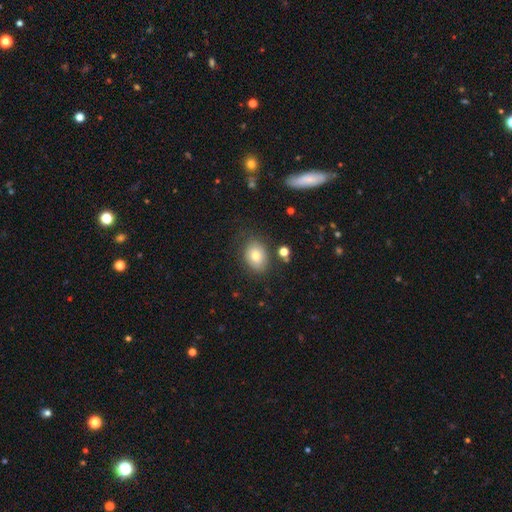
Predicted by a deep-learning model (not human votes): smooth 71%, featured or disk 20%, star or artifact 9%. Down the decision tree: how rounded — in between (77%); merging — none (73%).